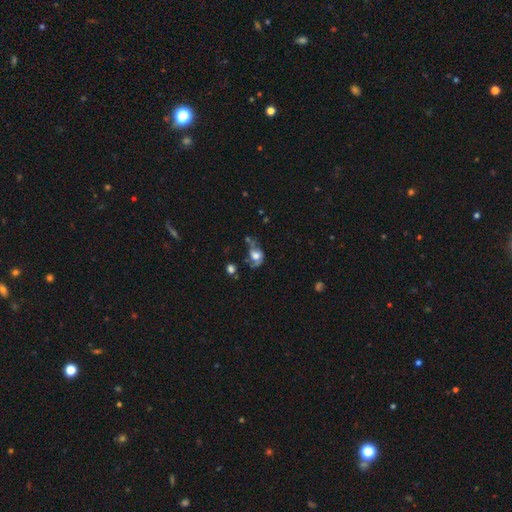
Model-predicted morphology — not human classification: A smooth galaxy with no disk features (46%). Merging: major disturbance (31%).